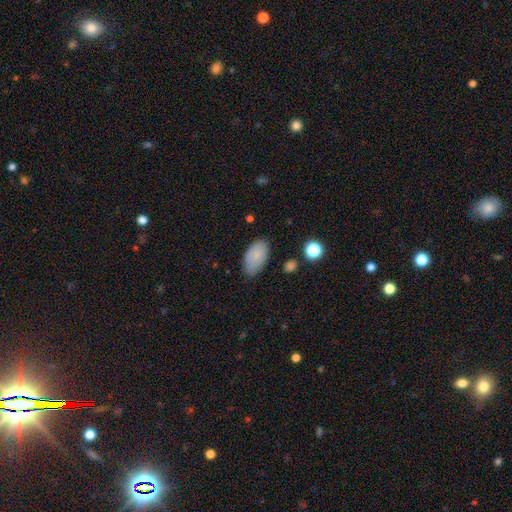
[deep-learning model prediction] A smooth galaxy with no disk features (82%) that is in between round and cigar-shaped (94%).

Vote fractions:
- Smooth or featured? smooth: 82% / featured or disk: 10% / star or artifact: 8%
- How rounded? in between: 94% / round: 4% / cigar-shaped: 2%
- Merging? none: 78% / minor disturbance: 16% / major disturbance: 4% / merger: 2%